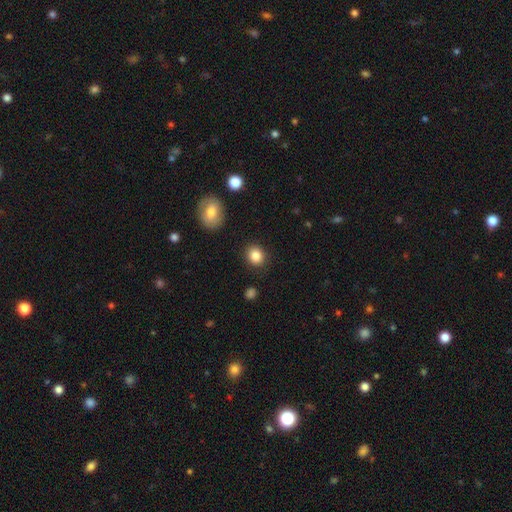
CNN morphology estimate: smooth_or_featured: smooth (p=0.86) [alt: star or artifact p=0.09]
how_rounded: round (p=0.71) [alt: in between p=0.29]
merging: none (p=0.88) [alt: minor disturbance p=0.08]